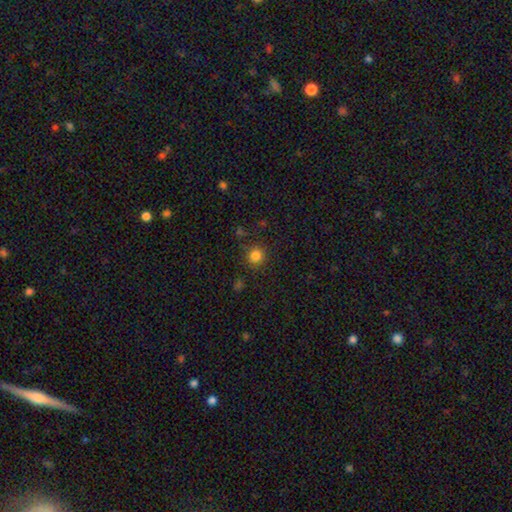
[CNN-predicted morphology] Smooth or featured? Predicted: smooth (p=0.83). How rounded? Predicted: round (p=0.92). Merging? Predicted: none (p=0.87).